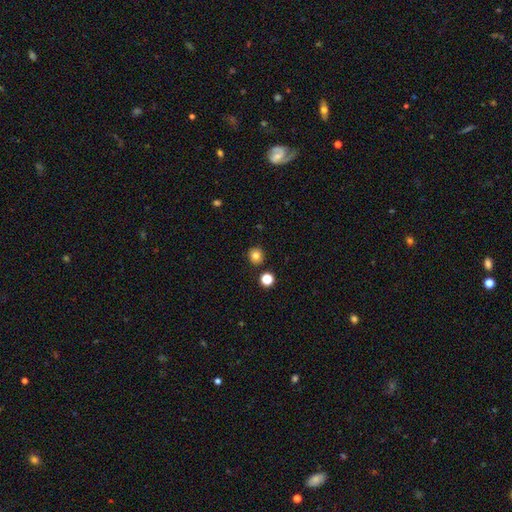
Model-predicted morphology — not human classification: type=smooth (80%); roundness=round (88%); merging=none (87%).